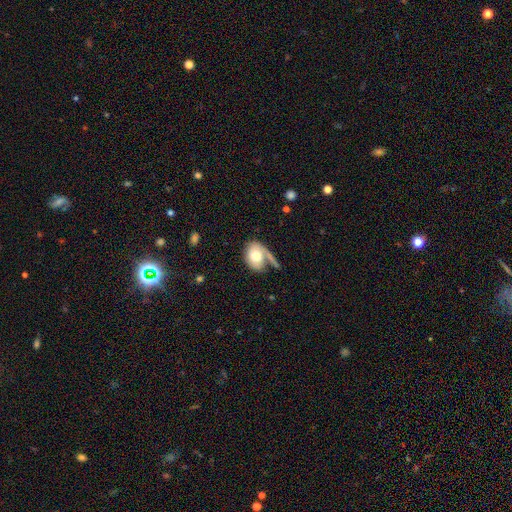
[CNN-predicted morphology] Q: Smooth or featured?
A: smooth (66%); runner-up: featured or disk (27%)
Q: How rounded?
A: in between (70%); runner-up: round (29%)
Q: Merging?
A: none (41%); runner-up: major disturbance (21%)